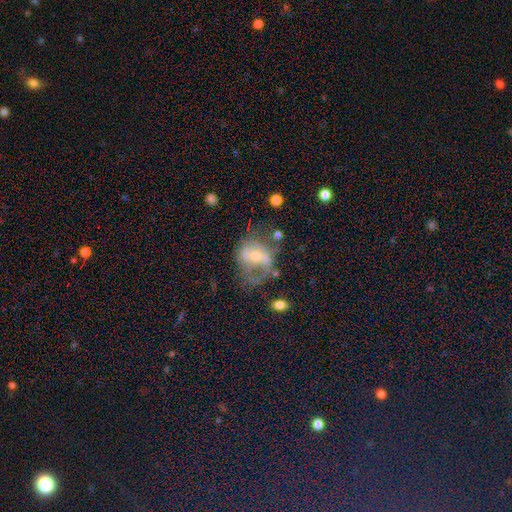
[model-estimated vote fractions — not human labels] This appears to be a featured or disk galaxy (58%) with no bar (53%), no spiral arms (50%, tied with yes) and a small central bulge (49%). Merging: major disturbance (40%).